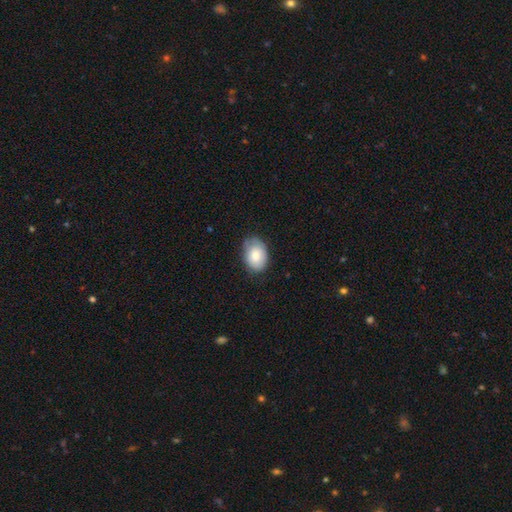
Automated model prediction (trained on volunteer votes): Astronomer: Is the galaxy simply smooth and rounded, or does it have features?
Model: smooth — 80%.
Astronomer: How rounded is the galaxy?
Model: in between — 82%.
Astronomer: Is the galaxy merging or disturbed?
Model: none — 68%.